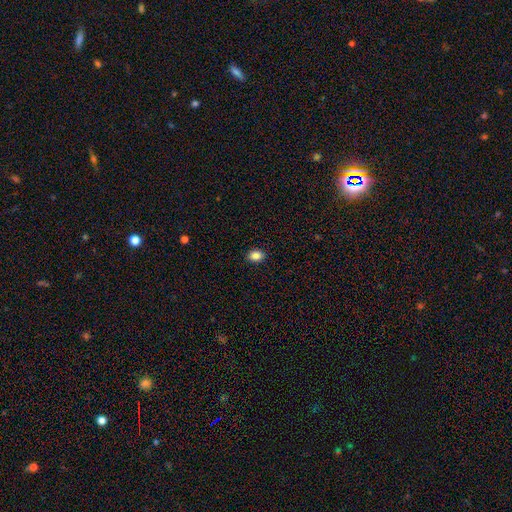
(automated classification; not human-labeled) Smooth or featured?
  - smooth: 87% *
  - star or artifact: 9%
  - featured or disk: 3%
How rounded?
  - in between: 70% *
  - round: 29%
  - cigar-shaped: 1%
Merging?
  - none: 90% *
  - minor disturbance: 7%
  - major disturbance: 2%
  - merger: 1%